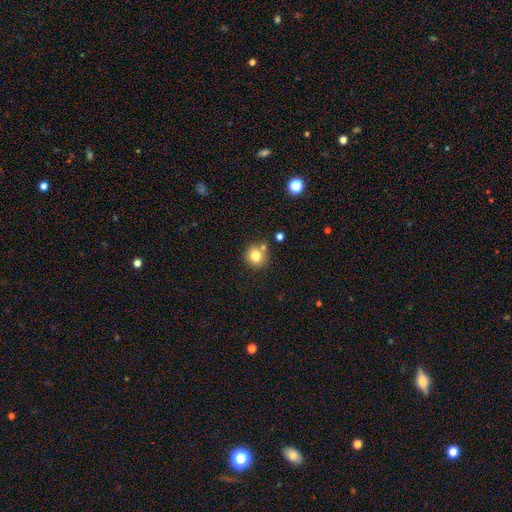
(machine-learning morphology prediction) This is likely a smooth galaxy (80%). How rounded: clearly round (87%). Merging: likely none (70%).